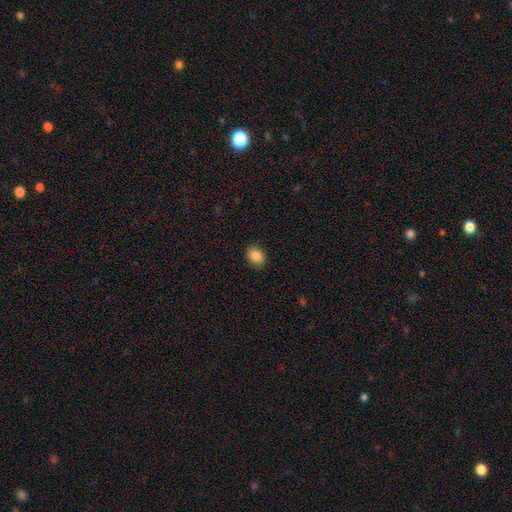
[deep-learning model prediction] smooth 86%, star or artifact 8%, featured or disk 5%. Down the decision tree: how rounded — in between (69%); merging — none (87%).